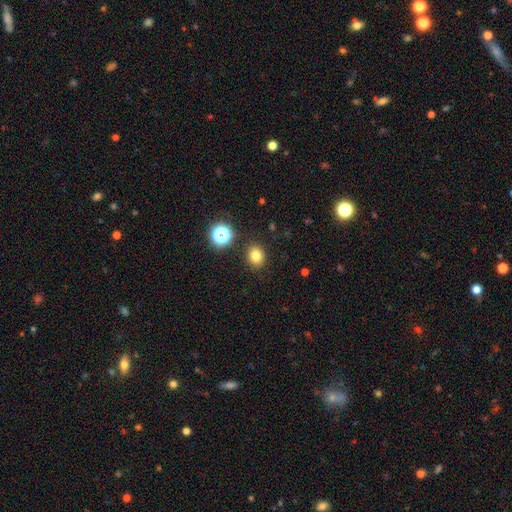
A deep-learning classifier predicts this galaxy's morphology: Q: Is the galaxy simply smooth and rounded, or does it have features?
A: smooth — 79%.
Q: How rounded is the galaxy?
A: round — 65%.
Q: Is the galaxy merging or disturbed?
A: none — 87%.